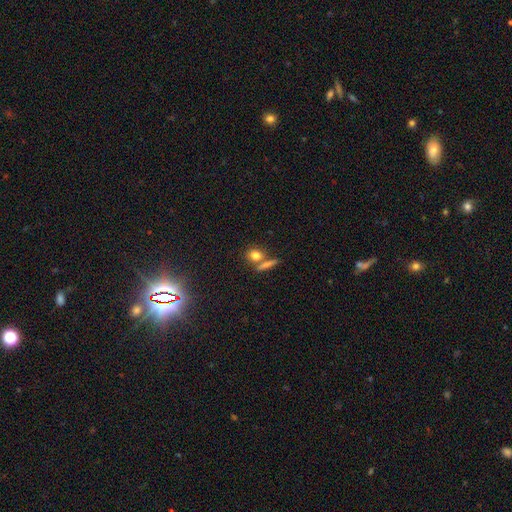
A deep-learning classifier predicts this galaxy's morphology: Smooth or featured: smooth — 77% (star or artifact — 12%)
How rounded: round — 59% (in between — 30%)
Merging: none — 62% (merger — 25%)